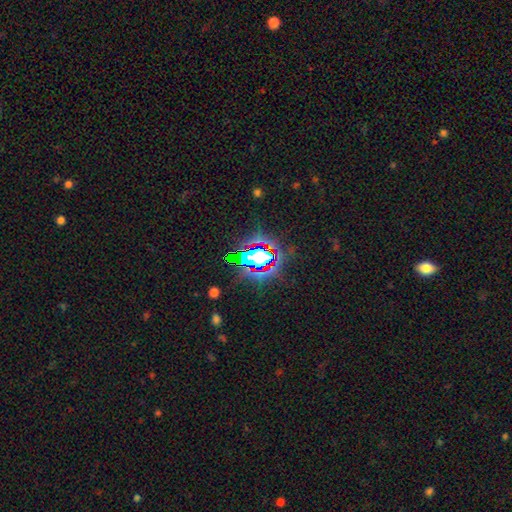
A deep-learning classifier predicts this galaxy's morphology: A star or artifact, not a galaxy (62%).

Vote fractions:
- Smooth or featured? star or artifact: 62% / smooth: 23% / featured or disk: 15%